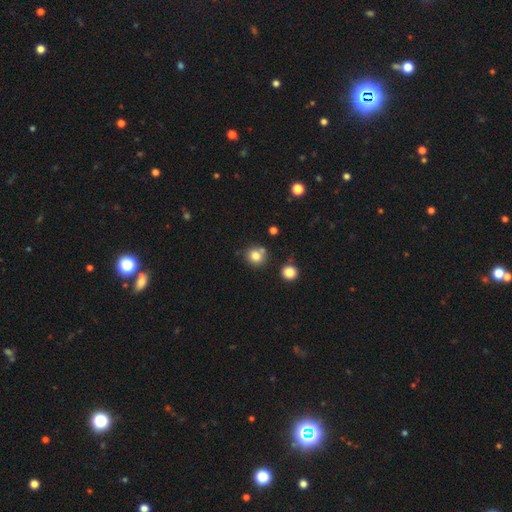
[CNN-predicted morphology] A smooth galaxy with no disk features (80%) that is round (88%). Merging: none (70%).